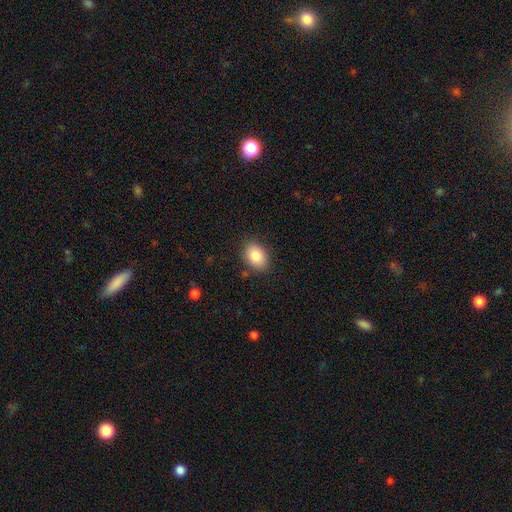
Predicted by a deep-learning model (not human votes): Morphology: type=smooth (84%); roundness=in between (78%); merging=none (84%).